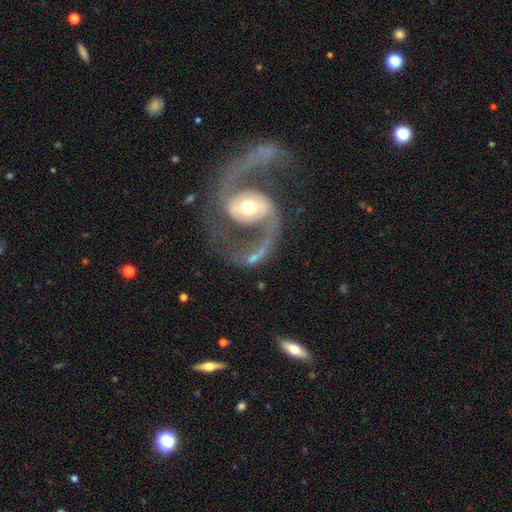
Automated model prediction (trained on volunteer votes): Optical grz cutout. It shows a featured or disk galaxy (84%) with no bar (41%), 2 (85%) loose (56%) spiral arms (90%) and a moderate central bulge (67%). Merging: none (51%).